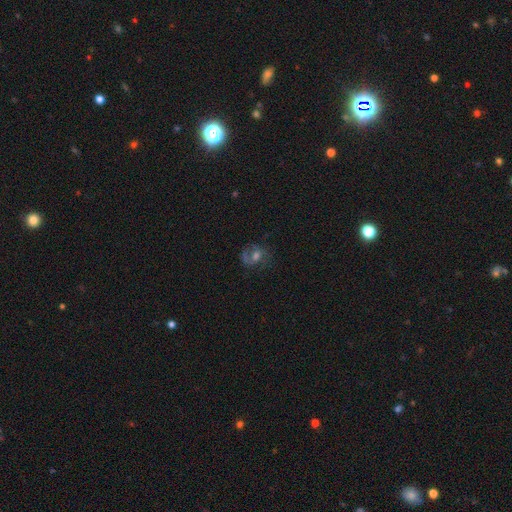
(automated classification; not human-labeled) smooth-or-featured: featured or disk: 50% | smooth: 32% | star or artifact: 18%
  disk-edge-on: no: 96% | yes: 4%
  merging: none: 59% | minor disturbance: 19% | major disturbance: 19% | merger: 3%